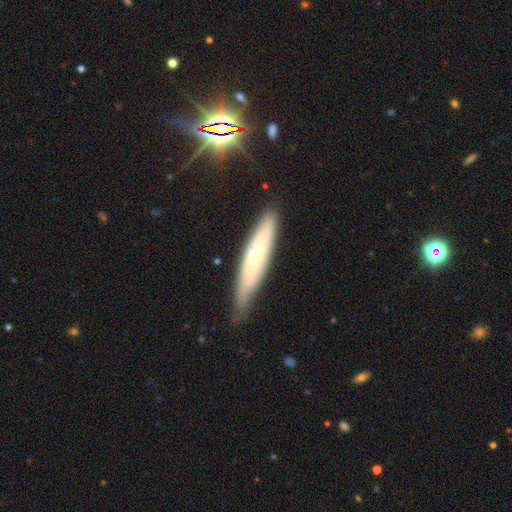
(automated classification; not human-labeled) smooth-or-featured: featured or disk: 51% | smooth: 41% | star or artifact: 8%
  disk-edge-on: yes: 62% | no: 38%
  merging: none: 72% | minor disturbance: 22% | major disturbance: 4% | merger: 2%